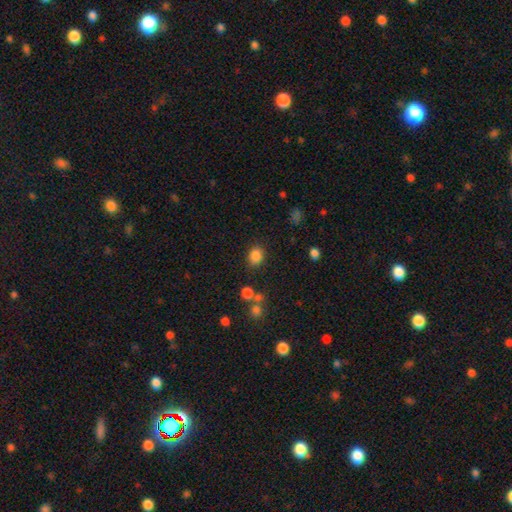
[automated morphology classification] This is clearly a smooth galaxy (85%). How rounded: possibly in between (53%). Merging: clearly none (82%).